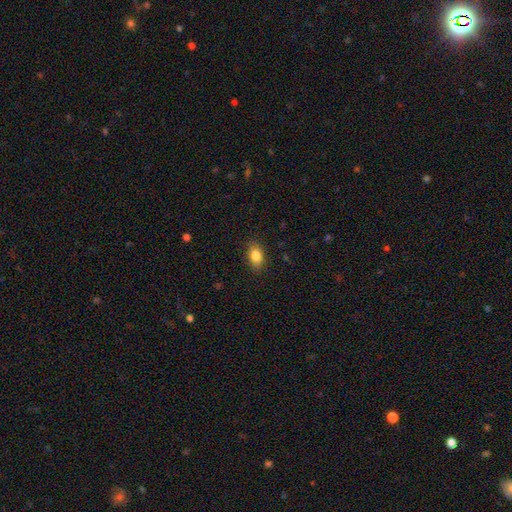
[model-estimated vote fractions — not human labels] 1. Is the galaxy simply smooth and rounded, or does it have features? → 86% smooth, 8% star or artifact, 6% featured or disk.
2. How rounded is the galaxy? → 86% in between, 11% round, 2% cigar-shaped.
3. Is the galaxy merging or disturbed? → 87% none, 10% minor disturbance, 2% major disturbance, 1% merger.